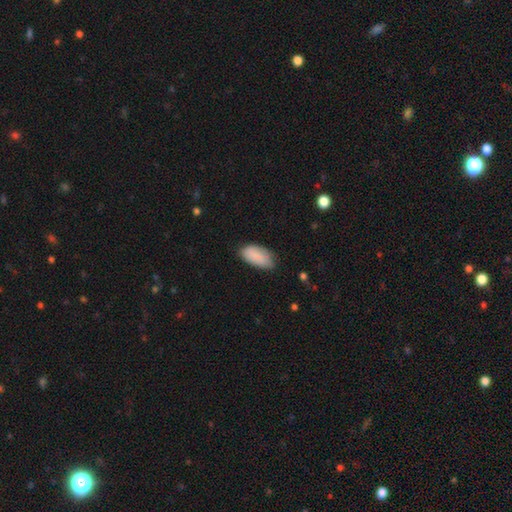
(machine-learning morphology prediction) Smooth or featured? Predicted: smooth (p=0.88). How rounded? Predicted: in between (p=0.93). Merging? Predicted: none (p=0.74).